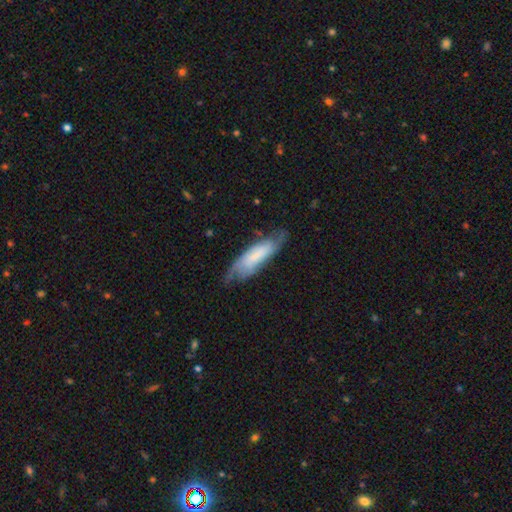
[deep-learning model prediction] featured or disk 50%, smooth 43%, star or artifact 7%. Down the decision tree: edge-on disk — no (74%); merging — none (64%).